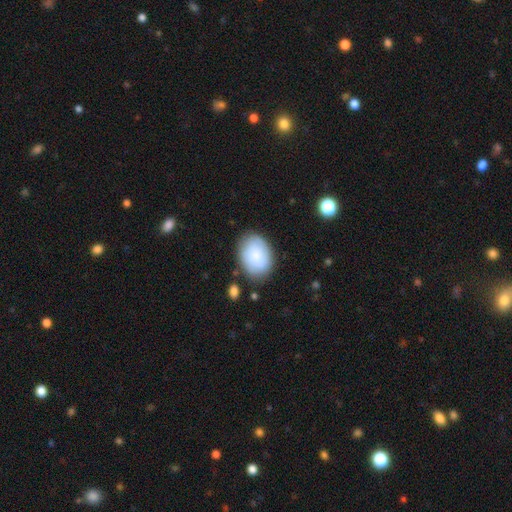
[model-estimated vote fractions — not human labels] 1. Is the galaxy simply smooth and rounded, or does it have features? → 81% smooth, 13% featured or disk, 6% star or artifact.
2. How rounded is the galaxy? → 76% in between, 23% round, 1% cigar-shaped.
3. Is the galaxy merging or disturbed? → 78% none, 15% minor disturbance, 4% major disturbance, 3% merger.